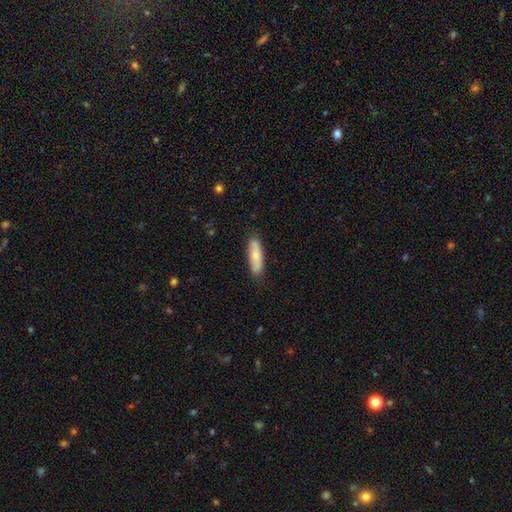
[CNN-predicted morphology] Smooth or featured? Predicted: smooth (p=0.72). How rounded? Predicted: cigar-shaped (p=0.56). Merging? Predicted: none (p=0.84).